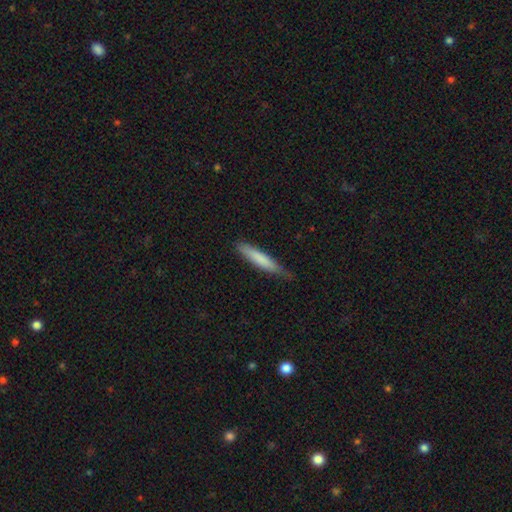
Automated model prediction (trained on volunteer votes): A smooth galaxy with no disk features (76%) that is cigar-shaped (91%). Merging: none (70%).